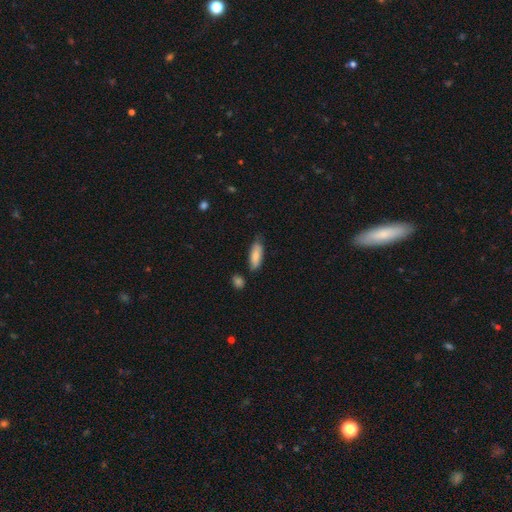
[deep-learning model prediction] Smooth or featured?
  - smooth: 80% *
  - featured or disk: 14%
  - star or artifact: 6%
How rounded?
  - in between: 64% *
  - cigar-shaped: 34%
  - round: 2%
Merging?
  - none: 69% *
  - minor disturbance: 22%
  - merger: 4%
  - major disturbance: 4%